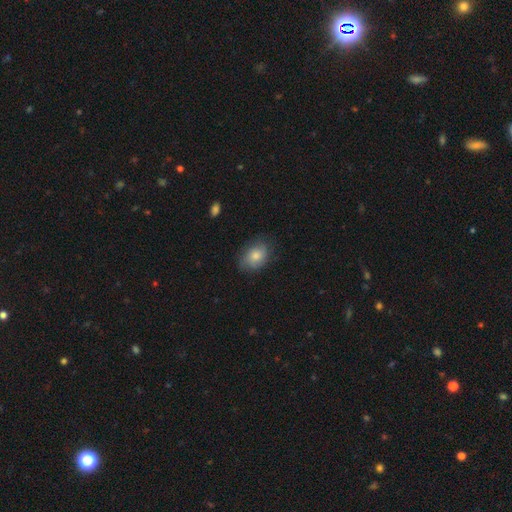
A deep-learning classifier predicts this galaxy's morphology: Q: Smooth or featured?
A: smooth (79%); runner-up: featured or disk (13%)
Q: How rounded?
A: in between (73%); runner-up: round (26%)
Q: Merging?
A: none (76%); runner-up: minor disturbance (19%)